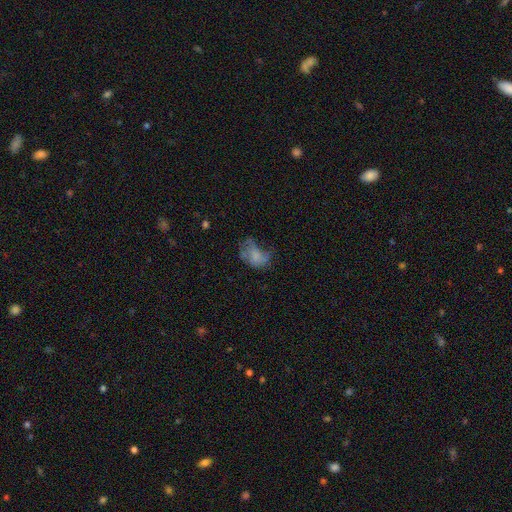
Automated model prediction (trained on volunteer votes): Q: Smooth or featured?
A: smooth (54%); runner-up: featured or disk (34%)
Q: How rounded?
A: in between (77%); runner-up: round (22%)
Q: Merging?
A: major disturbance (41%); runner-up: none (28%)